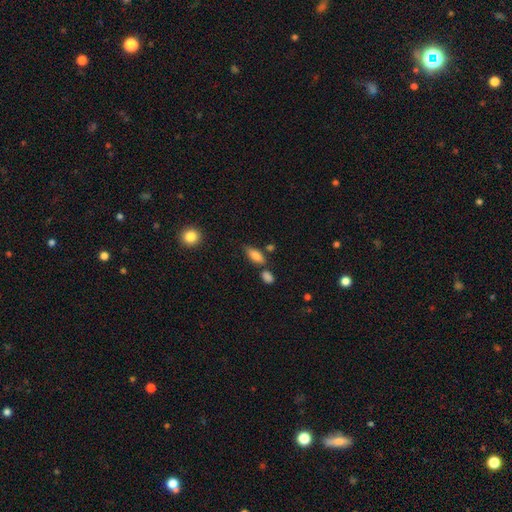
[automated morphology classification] smooth 78%, featured or disk 14%, star or artifact 8%. Down the decision tree: how rounded — in between (76%); merging — none (65%).